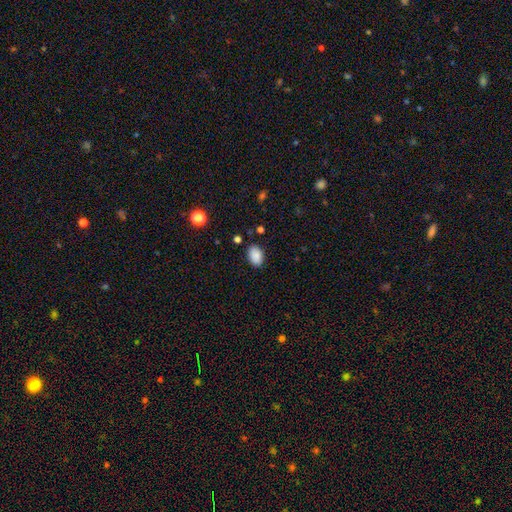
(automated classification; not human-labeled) Q: Smooth or featured?
A: smooth (88%); runner-up: star or artifact (8%)
Q: How rounded?
A: in between (88%); runner-up: round (11%)
Q: Merging?
A: none (84%); runner-up: minor disturbance (11%)